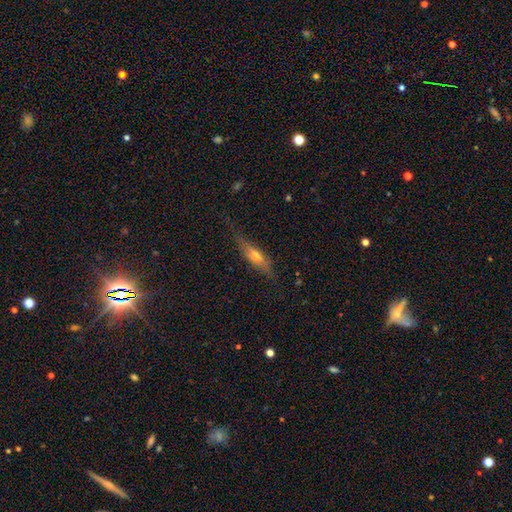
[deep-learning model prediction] smooth-or-featured: featured or disk: 53% | smooth: 38% | star or artifact: 9%
  disk-edge-on: yes: 84% | no: 16%
  merging: none: 69% | minor disturbance: 21% | major disturbance: 8% | merger: 2%